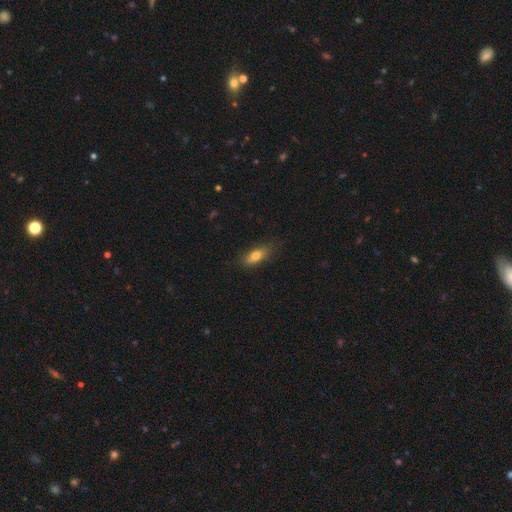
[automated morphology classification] smooth 79%, featured or disk 13%, star or artifact 8%. Down the decision tree: how rounded — in between (75%); merging — none (78%).